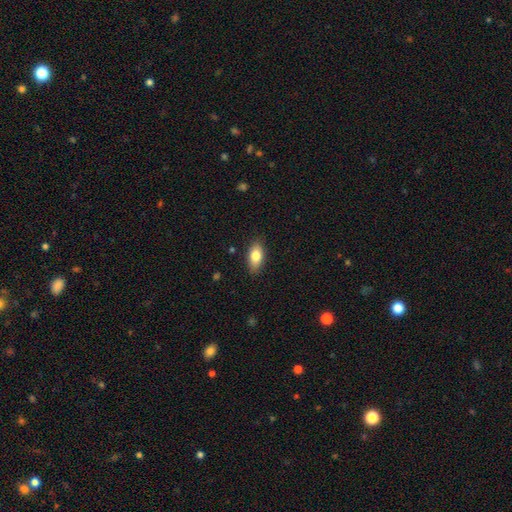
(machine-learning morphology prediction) smooth-or-featured: smooth: 80% | featured or disk: 13% | star or artifact: 7%
  how-rounded: in between: 87% | cigar-shaped: 8% | round: 4%
  merging: none: 86% | minor disturbance: 11% | major disturbance: 2% | merger: 1%